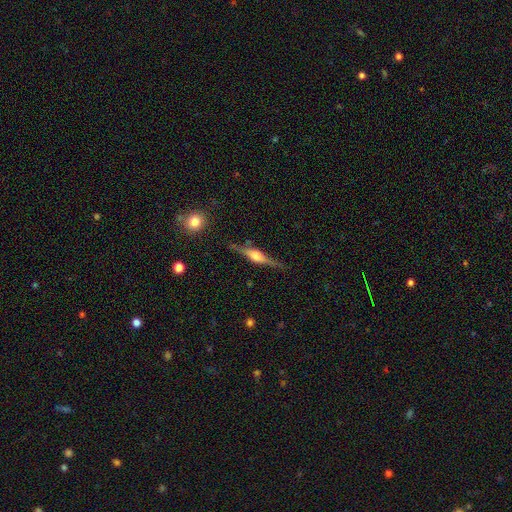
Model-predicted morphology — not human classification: Smooth or featured? featured or disk (78%)
Edge-on disk? yes (97%)
Edge-on bulge? rounded (80%)
Merging? none (85%)